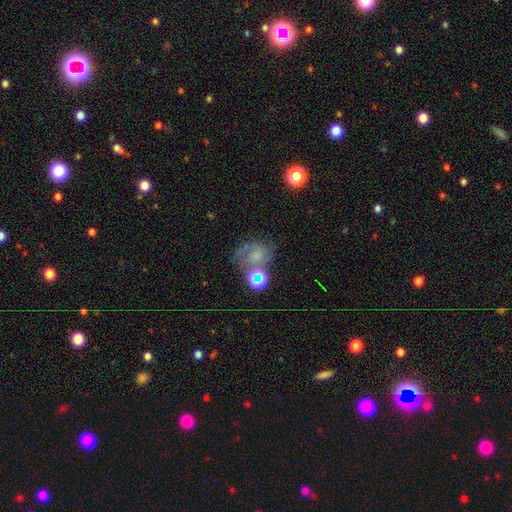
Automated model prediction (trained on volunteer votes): The model was most divided on "smooth or featured": featured or disk: 42%, smooth: 38%, star or artifact: 20%. Remaining: merging — none (41%).